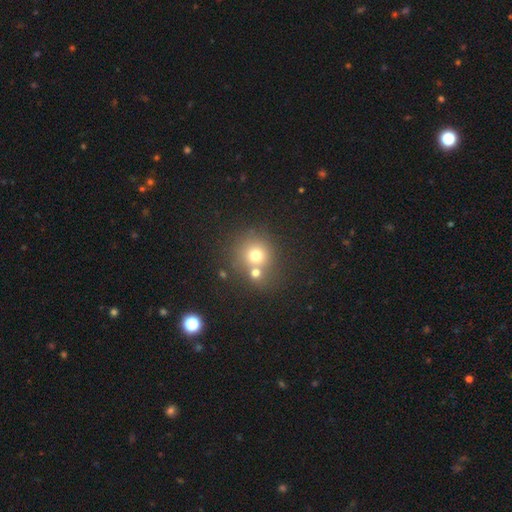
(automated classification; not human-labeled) Smooth or featured? Predicted: smooth (p=0.70). How rounded? Predicted: round (p=0.87). Merging? Predicted: none (p=0.50).